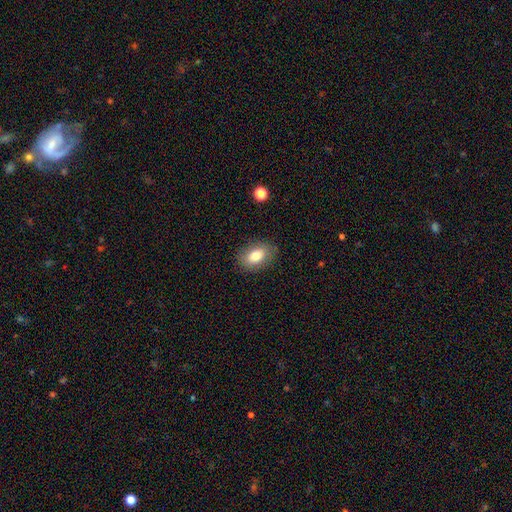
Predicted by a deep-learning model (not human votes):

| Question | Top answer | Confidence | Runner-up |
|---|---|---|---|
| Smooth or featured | smooth | 80% | featured or disk (12%) |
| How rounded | in between | 84% | round (14%) |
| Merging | none | 85% | minor disturbance (11%) |